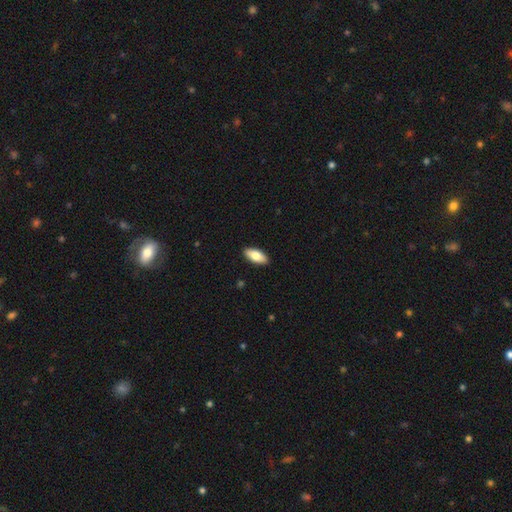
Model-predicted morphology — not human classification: smooth-or-featured: smooth: 79% | featured or disk: 15% | star or artifact: 6%
  how-rounded: in between: 87% | cigar-shaped: 10% | round: 2%
  merging: none: 90% | minor disturbance: 7% | major disturbance: 1% | merger: 1%